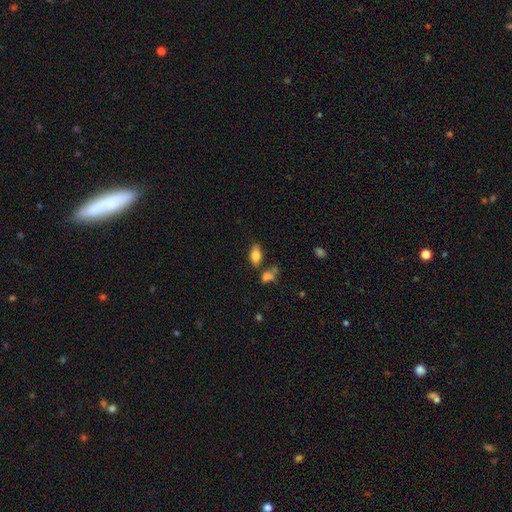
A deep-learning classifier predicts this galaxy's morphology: Smooth or featured: smooth — 74% (featured or disk — 18%)
How rounded: in between — 87% (cigar-shaped — 8%)
Merging: none — 67% (minor disturbance — 15%)